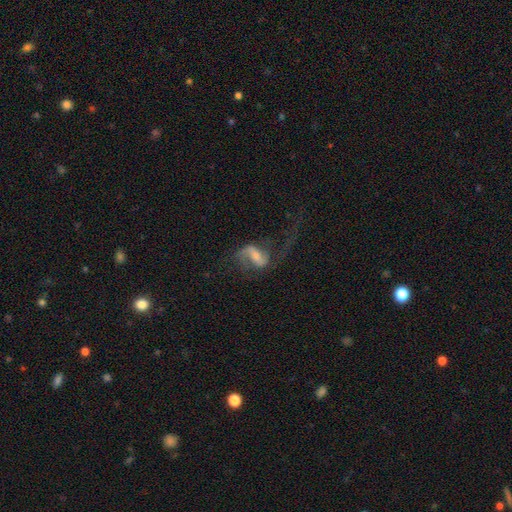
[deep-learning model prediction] Q: Smooth or featured?
A: featured or disk (80%); runner-up: smooth (12%)
Q: Edge-on disk?
A: no (96%); runner-up: yes (4%)
Q: Bar?
A: weak (46%); runner-up: strong (33%)
Q: Spiral arms?
A: yes (91%); runner-up: no (9%)
Q: Spiral winding?
A: loose (68%); runner-up: medium (26%)
Q: Spiral arm count?
A: 2 (81%); runner-up: 1 (12%)
Q: Bulge size?
A: small (45%); runner-up: moderate (39%)
Q: Merging?
A: none (42%); runner-up: major disturbance (40%)